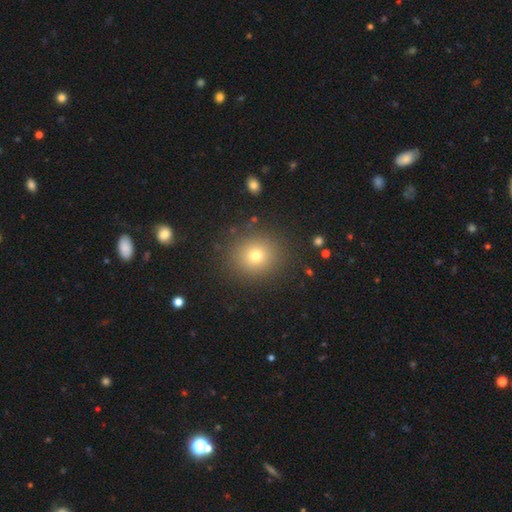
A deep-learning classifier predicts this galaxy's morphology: This appears to be a smooth galaxy with no disk features (73%) that is round (86%). Merging: none (89%).